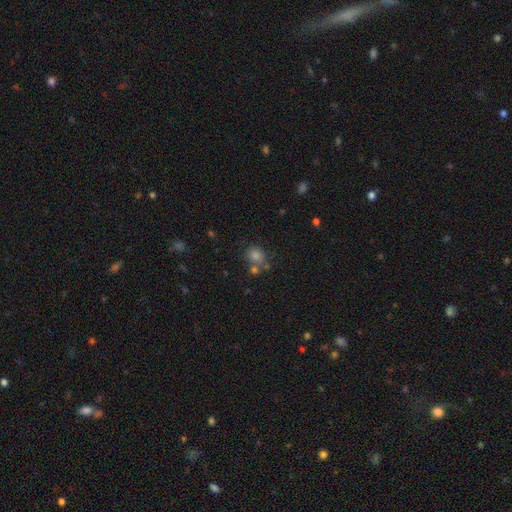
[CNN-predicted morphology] Smooth or featured? Predicted: smooth (p=0.72). How rounded? Predicted: round (p=0.74). Merging? Predicted: none (p=0.65).